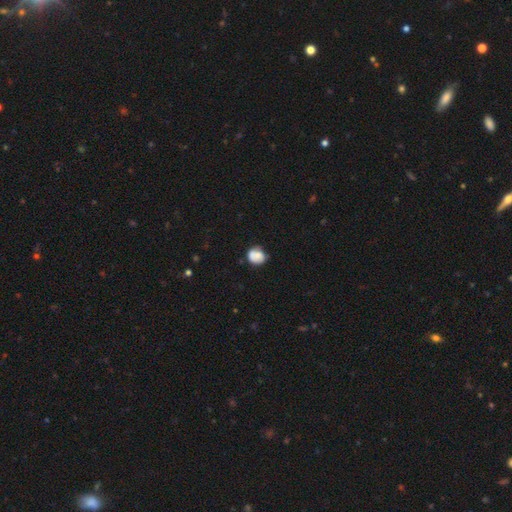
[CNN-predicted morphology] Overall: smooth (75%). How rounded: round (70%). Merging: none (59%; minor disturbance 26%).